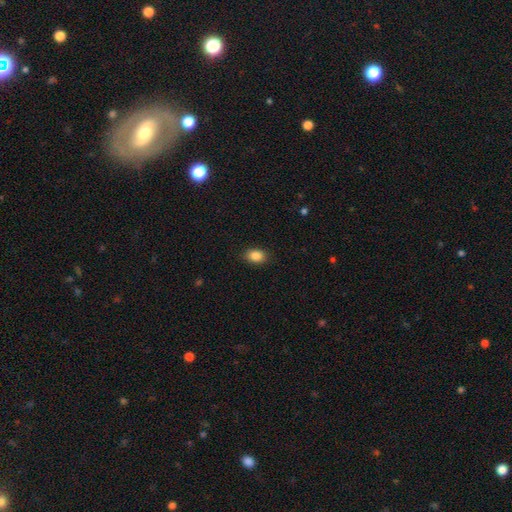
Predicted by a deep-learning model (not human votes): Q: Smooth or featured?
A: smooth (88%); runner-up: star or artifact (8%)
Q: How rounded?
A: in between (82%); runner-up: round (17%)
Q: Merging?
A: none (88%); runner-up: minor disturbance (9%)